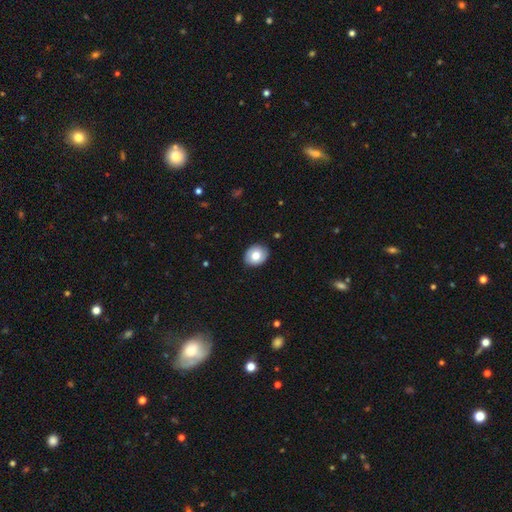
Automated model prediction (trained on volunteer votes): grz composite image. It shows a smooth galaxy with no disk features (75%) that is round (54%). Merging: none (87%).